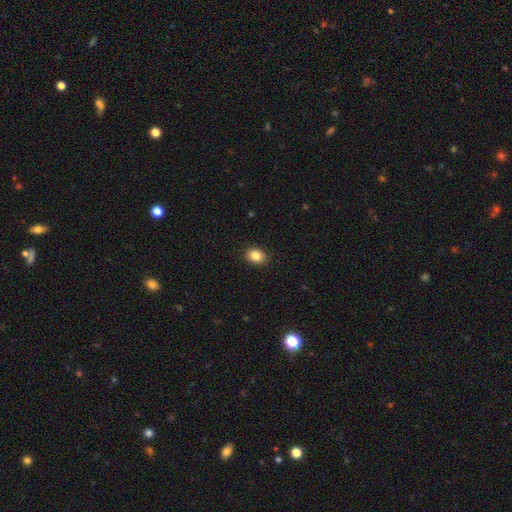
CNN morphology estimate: type=smooth (85%); roundness=in between (60%); merging=none (90%).